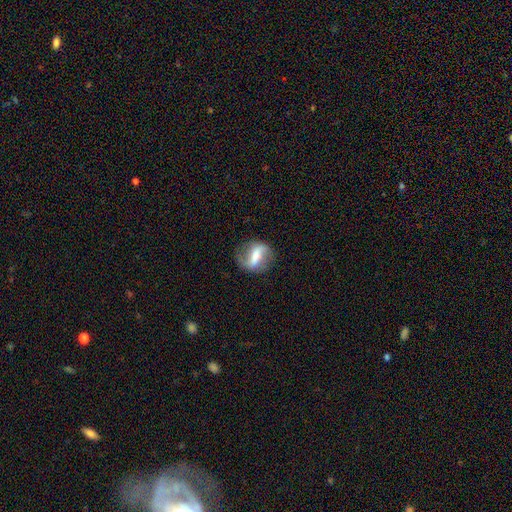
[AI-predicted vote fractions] featured or disk 66%, smooth 26%, star or artifact 8%. Down the decision tree: edge-on disk — no (93%); bar — strong (65%); spiral arms — yes (73%); bulge size — moderate (35%); merging — none (74%).